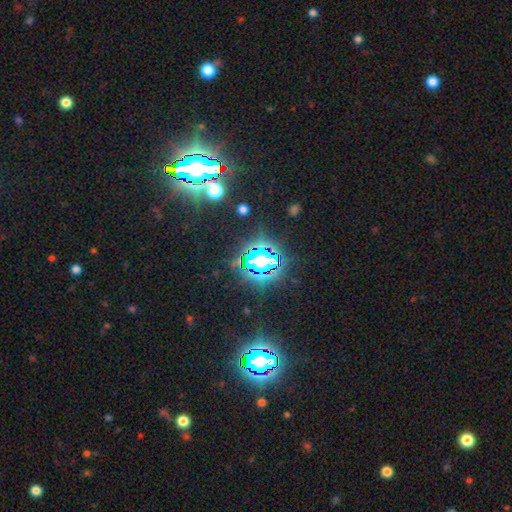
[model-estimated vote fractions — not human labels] The model was most divided on "smooth or featured": star or artifact: 80%, smooth: 13%, featured or disk: 7%.